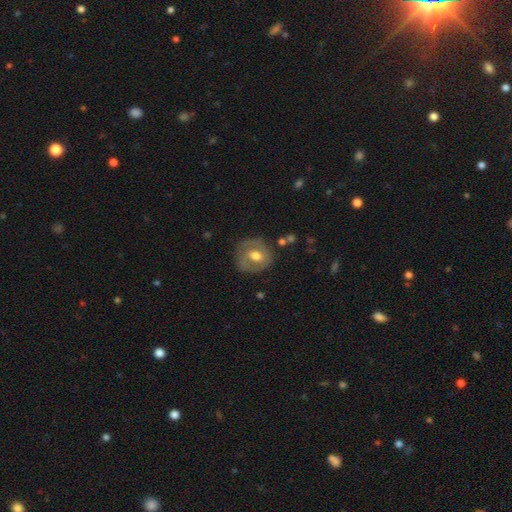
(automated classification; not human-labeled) This appears to be a featured or disk galaxy (53%) with no bar (59%), no spiral arms (60%) and a moderate central bulge (74%). Merging: none (73%).